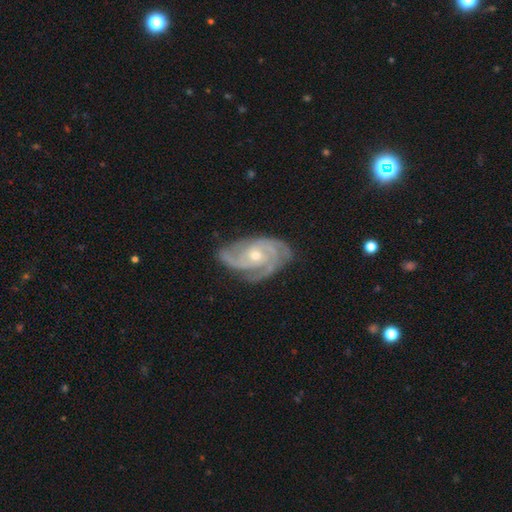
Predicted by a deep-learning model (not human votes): Smooth or featured?
  - featured or disk: 91% *
  - star or artifact: 5%
  - smooth: 4%
Edge-on disk?
  - no: 97% *
  - yes: 3%
Bar?
  - no: 69% *
  - weak: 24%
  - strong: 7%
Spiral arms?
  - yes: 98% *
  - no: 2%
Spiral winding?
  - tight: 61% *
  - medium: 34%
  - loose: 5%
Spiral arm count?
  - 3: 51% *
  - 2: 15%
  - 4: 14%
  - can't tell: 10%
  - more than 4: 5%
  - 1: 5%
Bulge size?
  - small: 49% *
  - moderate: 48%
  - large: 1%
  - none: 1%
  - dominant: 1%
Merging?
  - none: 72% *
  - minor disturbance: 21%
  - major disturbance: 6%
  - merger: 1%